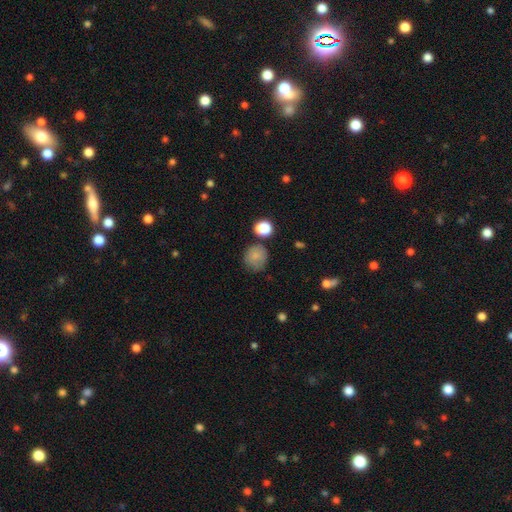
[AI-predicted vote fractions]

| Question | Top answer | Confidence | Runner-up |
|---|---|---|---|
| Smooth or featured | smooth | 79% | star or artifact (11%) |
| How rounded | round | 86% | in between (13%) |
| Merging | none | 66% | minor disturbance (20%) |